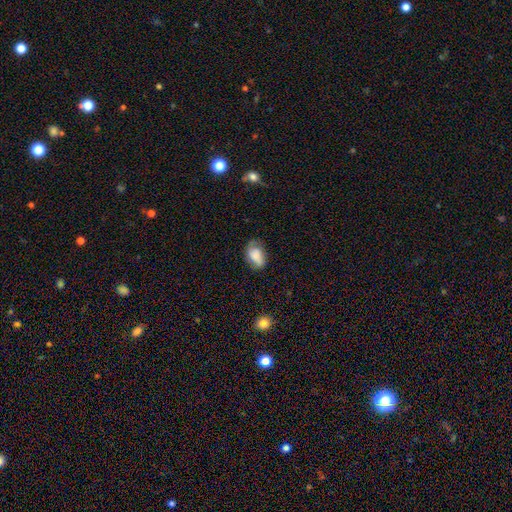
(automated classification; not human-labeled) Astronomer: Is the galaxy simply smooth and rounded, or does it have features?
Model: smooth — 70%.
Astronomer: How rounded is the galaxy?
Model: in between — 85%.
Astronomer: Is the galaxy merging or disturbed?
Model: none — 57%.